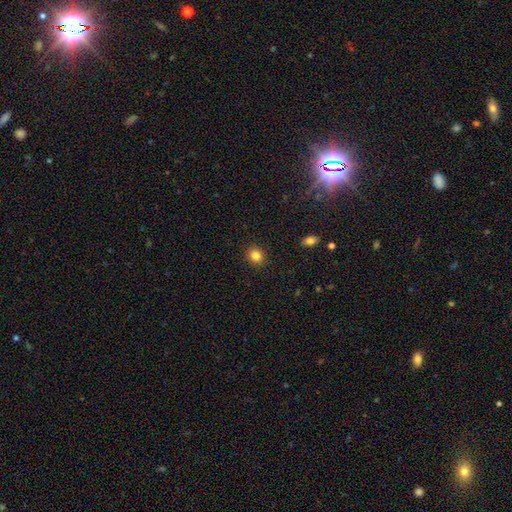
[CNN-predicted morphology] Q: Smooth or featured?
A: smooth (84%); runner-up: star or artifact (11%)
Q: How rounded?
A: round (77%); runner-up: in between (22%)
Q: Merging?
A: none (91%); runner-up: minor disturbance (6%)